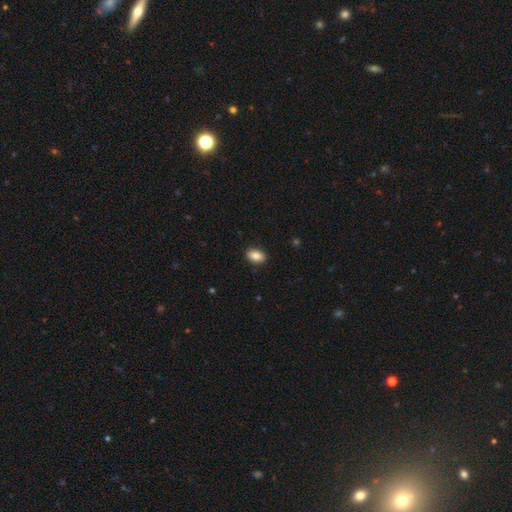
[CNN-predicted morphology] Smooth or featured?
  - smooth: 86% *
  - star or artifact: 8%
  - featured or disk: 6%
How rounded?
  - in between: 87% *
  - round: 11%
  - cigar-shaped: 1%
Merging?
  - none: 90% *
  - minor disturbance: 8%
  - major disturbance: 2%
  - merger: 1%